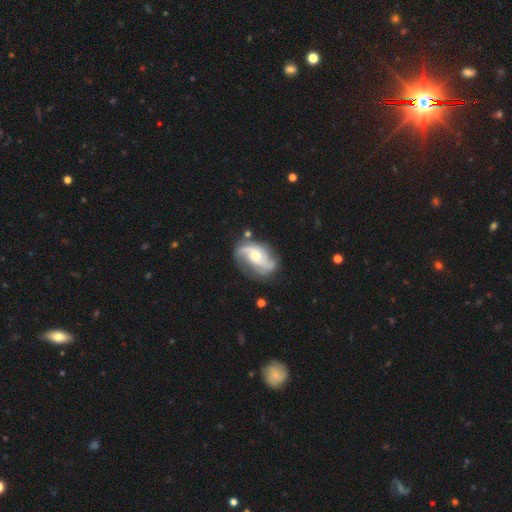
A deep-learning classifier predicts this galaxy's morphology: Smooth or featured? featured or disk (84%)
Edge-on disk? no (97%)
Bar? no (60%)
Spiral arms? yes (95%)
Spiral winding? medium (42%)
Spiral arm count? 2 (78%)
Bulge size? moderate (50%)
Merging? none (63%)